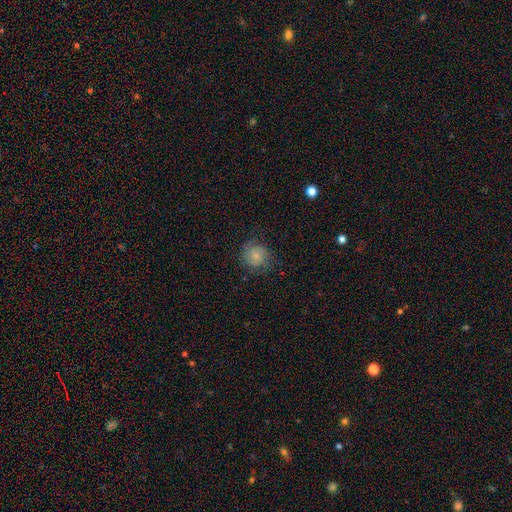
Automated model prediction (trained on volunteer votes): This is possibly a smooth galaxy (56%). How rounded: clearly round (86%). Merging: likely none (72%).